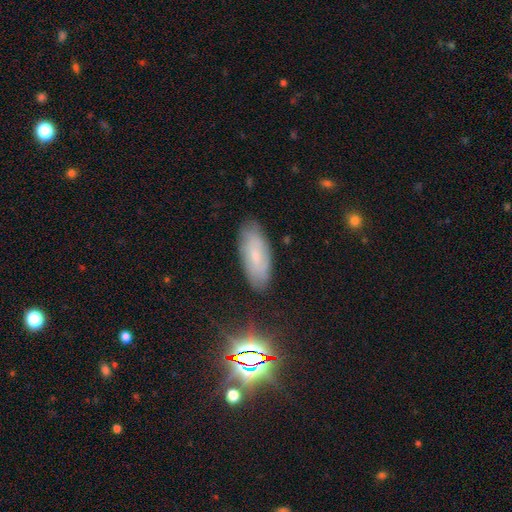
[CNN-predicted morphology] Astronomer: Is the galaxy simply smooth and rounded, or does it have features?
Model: smooth — 57%.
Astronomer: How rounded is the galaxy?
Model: in between — 80%.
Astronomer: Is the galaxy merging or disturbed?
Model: none — 83%.